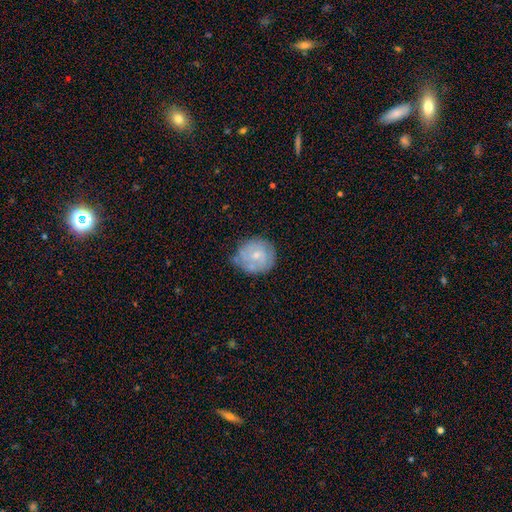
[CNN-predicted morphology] featured or disk 51%, smooth 42%, star or artifact 7%. Down the decision tree: edge-on disk — no (98%); bar — no (68%); spiral arms — yes (70%); bulge size — small (61%); merging — none (65%).